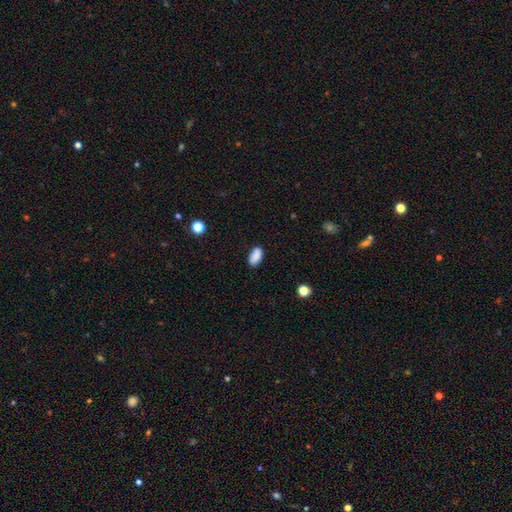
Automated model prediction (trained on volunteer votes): Morphology: type=smooth (88%); roundness=in between (92%); merging=none (83%).